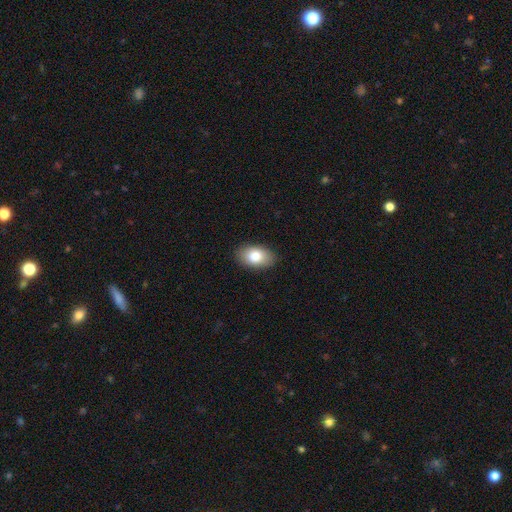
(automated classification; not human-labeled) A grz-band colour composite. It shows a smooth galaxy with no disk features (82%) that is in between round and cigar-shaped (91%). Merging: none (88%).